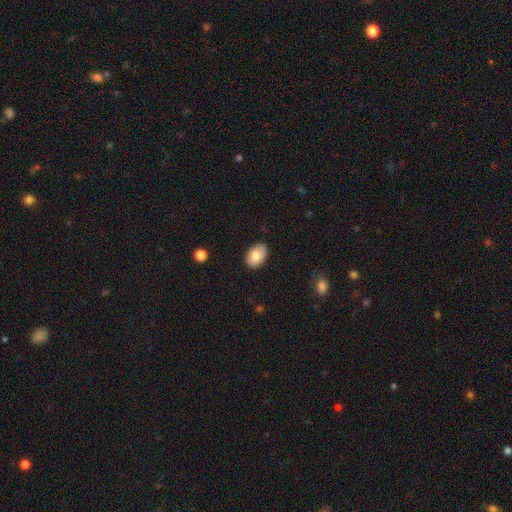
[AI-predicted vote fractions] smooth_or_featured: smooth (p=0.79) [alt: featured or disk p=0.14]
how_rounded: in between (p=0.87) [alt: round p=0.11]
merging: none (p=0.87) [alt: minor disturbance p=0.10]